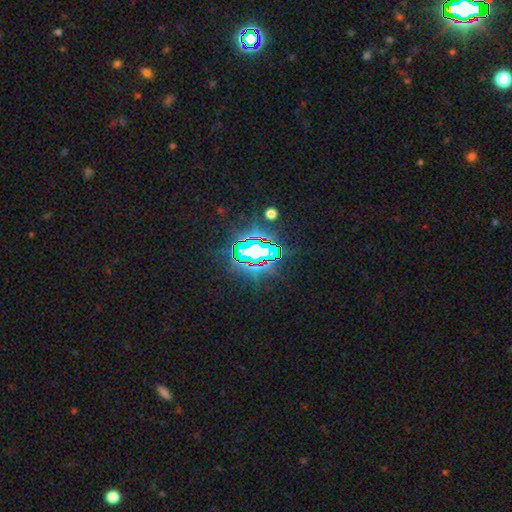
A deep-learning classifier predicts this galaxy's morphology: A star or artifact, not a galaxy (76%).

Vote fractions:
- Smooth or featured? star or artifact: 76% / smooth: 13% / featured or disk: 12%